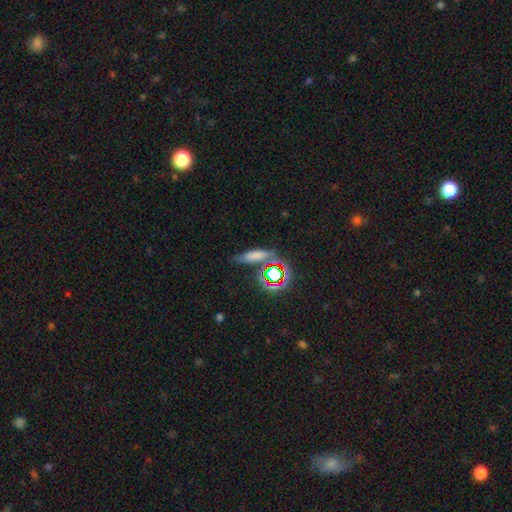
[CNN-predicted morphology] smooth-or-featured: smooth: 59% | star or artifact: 24% | featured or disk: 17%
  how-rounded: cigar-shaped: 52% | in between: 37% | round: 11%
  merging: none: 63% | minor disturbance: 18% | merger: 11% | major disturbance: 8%